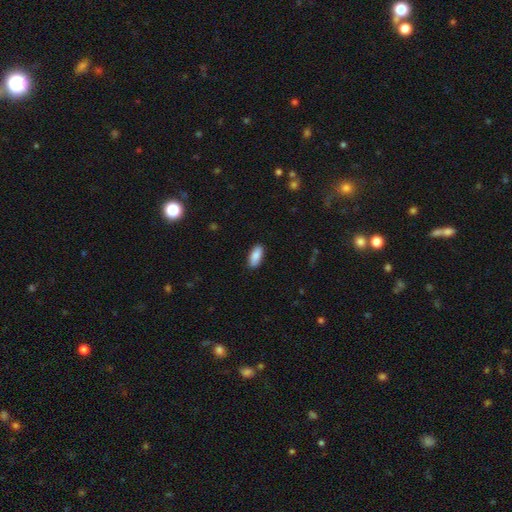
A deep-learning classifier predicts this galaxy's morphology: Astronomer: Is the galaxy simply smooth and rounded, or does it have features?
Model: smooth — 87%.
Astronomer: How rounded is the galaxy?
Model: in between — 88%.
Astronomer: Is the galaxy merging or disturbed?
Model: none — 88%.